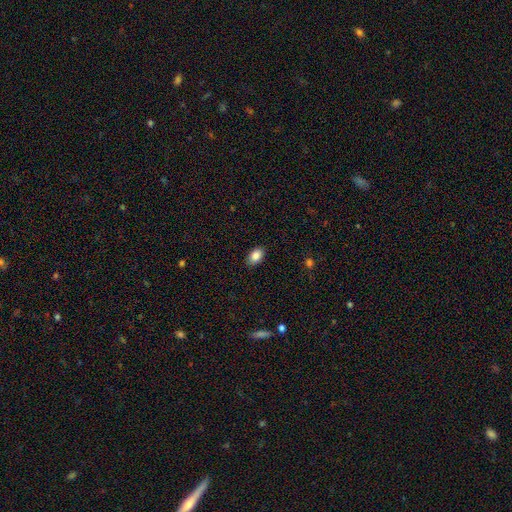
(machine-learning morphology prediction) smooth 86%, star or artifact 8%, featured or disk 6%. Down the decision tree: how rounded — in between (88%); merging — none (88%).